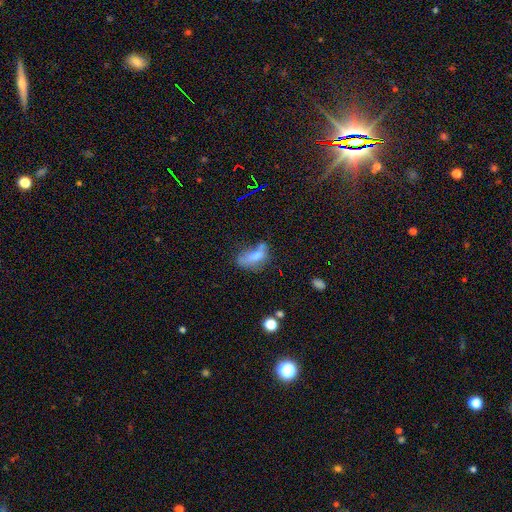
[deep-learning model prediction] Smooth or featured? Predicted: smooth (p=0.59). How rounded? Predicted: in between (p=0.80). Merging? Predicted: none (p=0.33).